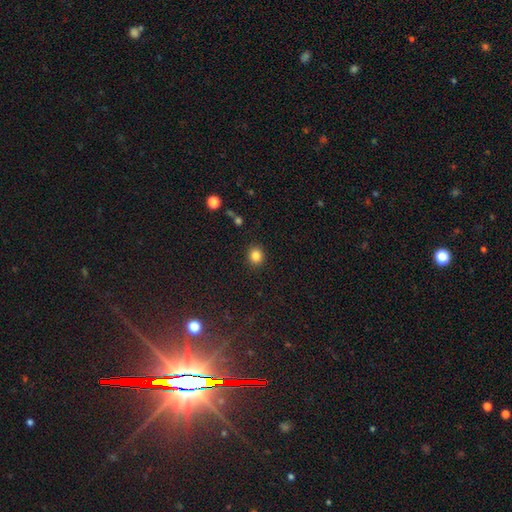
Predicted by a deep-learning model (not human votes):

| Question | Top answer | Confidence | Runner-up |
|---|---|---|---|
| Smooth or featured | smooth | 84% | star or artifact (11%) |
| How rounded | round | 81% | in between (18%) |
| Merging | none | 90% | minor disturbance (6%) |